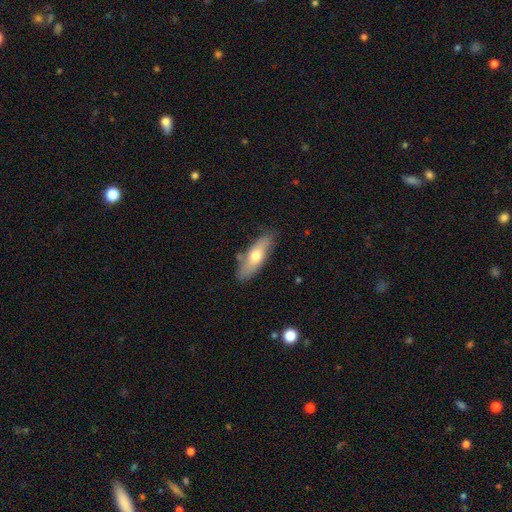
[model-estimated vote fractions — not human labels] smooth 63%, featured or disk 31%, star or artifact 6%. Down the decision tree: how rounded — in between (55%); merging — none (77%).